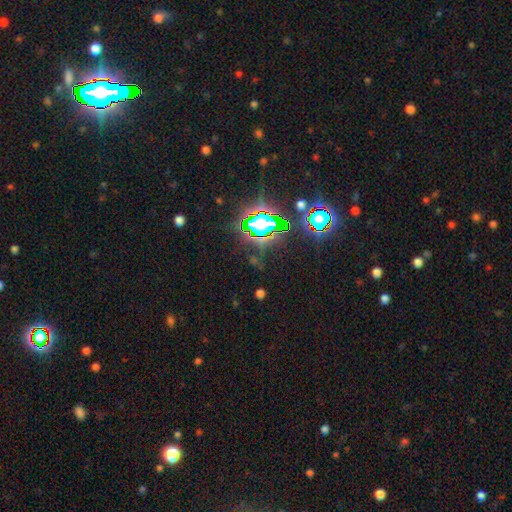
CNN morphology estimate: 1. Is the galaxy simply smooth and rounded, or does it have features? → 82% star or artifact, 11% smooth, 7% featured or disk.